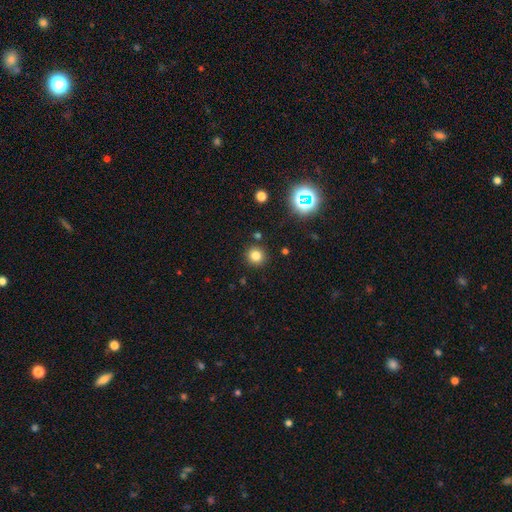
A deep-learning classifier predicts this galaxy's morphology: Smooth or featured? smooth (79%)
How rounded? round (93%)
Merging? none (89%)